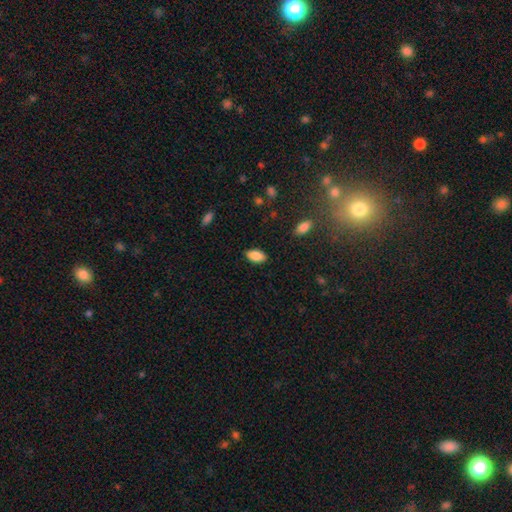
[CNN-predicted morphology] smooth-or-featured: smooth: 87% | star or artifact: 7% | featured or disk: 5%
  how-rounded: in between: 93% | cigar-shaped: 4% | round: 3%
  merging: none: 86% | minor disturbance: 10% | major disturbance: 2% | merger: 1%